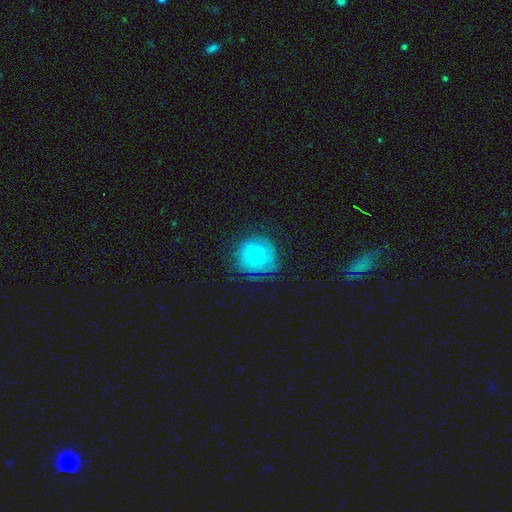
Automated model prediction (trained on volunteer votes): Morphology: type=smooth (70%); roundness=round (90%); merging=none (68%).